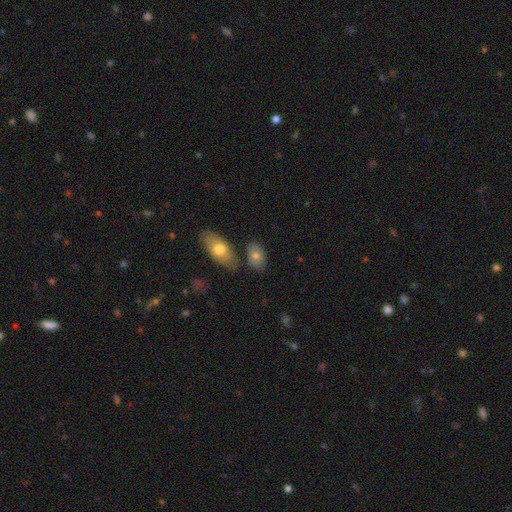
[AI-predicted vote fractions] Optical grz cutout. It shows a smooth galaxy with no disk features (75%) that is in between round and cigar-shaped (86%). Merging: none (67%).